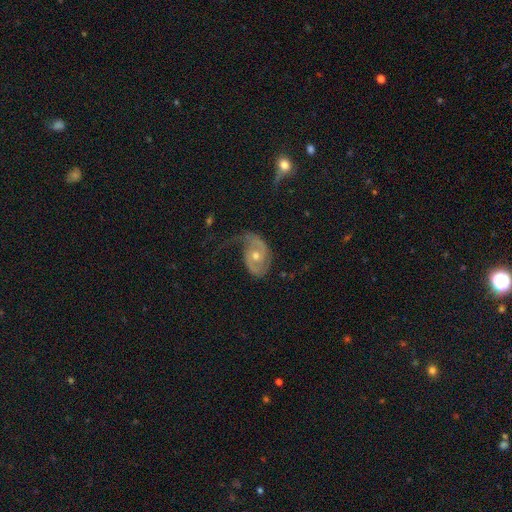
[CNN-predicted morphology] Q: Smooth or featured?
A: featured or disk (81%); runner-up: smooth (12%)
Q: Edge-on disk?
A: no (96%); runner-up: yes (4%)
Q: Bar?
A: no (67%); runner-up: weak (26%)
Q: Spiral arms?
A: yes (92%); runner-up: no (8%)
Q: Spiral winding?
A: medium (40%); runner-up: loose (37%)
Q: Spiral arm count?
A: 2 (74%); runner-up: 1 (16%)
Q: Bulge size?
A: moderate (60%); runner-up: small (35%)
Q: Merging?
A: none (47%); runner-up: major disturbance (27%)